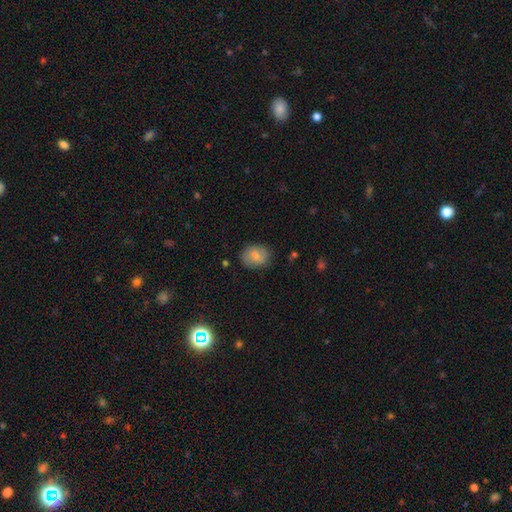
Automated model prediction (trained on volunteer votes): Overall: smooth (75%). How rounded: in between (52%; round 47%). Merging: none (77%).